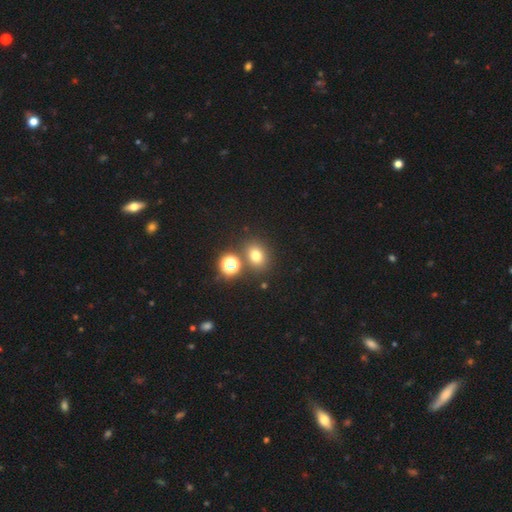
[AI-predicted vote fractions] smooth 71%, star or artifact 21%, featured or disk 8%. Down the decision tree: how rounded — round (58%); merging — none (76%).